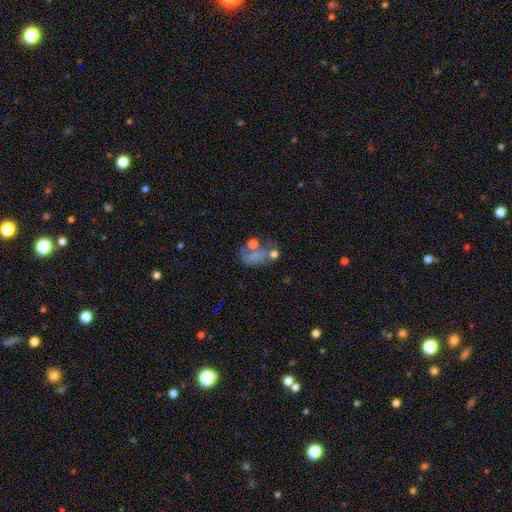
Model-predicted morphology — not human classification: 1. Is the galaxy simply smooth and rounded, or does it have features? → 53% smooth, 28% featured or disk, 19% star or artifact.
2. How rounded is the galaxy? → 77% in between, 20% round, 3% cigar-shaped.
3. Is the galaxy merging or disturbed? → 30% none, 26% major disturbance, 24% merger, 19% minor disturbance.